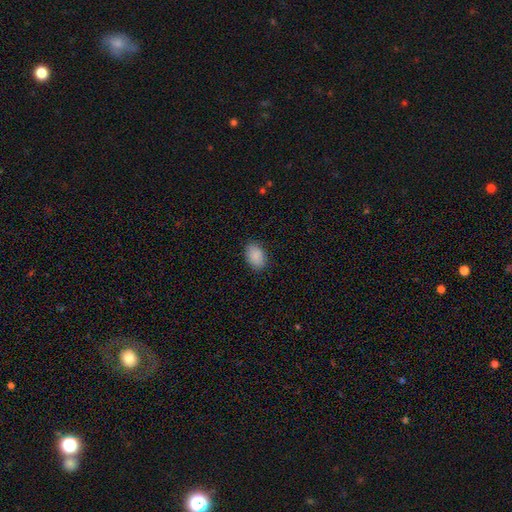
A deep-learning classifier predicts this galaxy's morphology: A smooth galaxy with no disk features (90%) that is in between round and cigar-shaped (83%). Merging: none (86%).